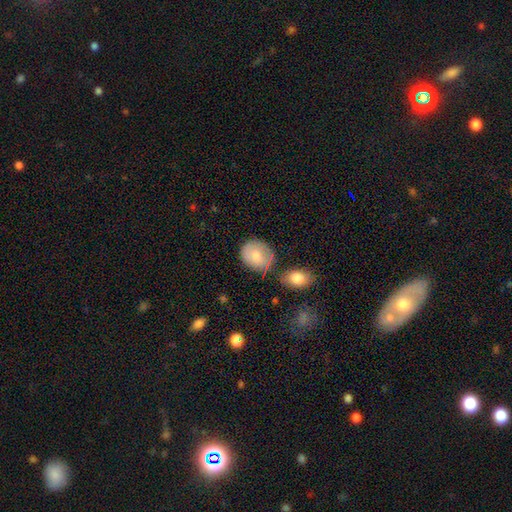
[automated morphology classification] This is likely a smooth galaxy (74%). How rounded: likely round (65%). Merging: likely none (60%).